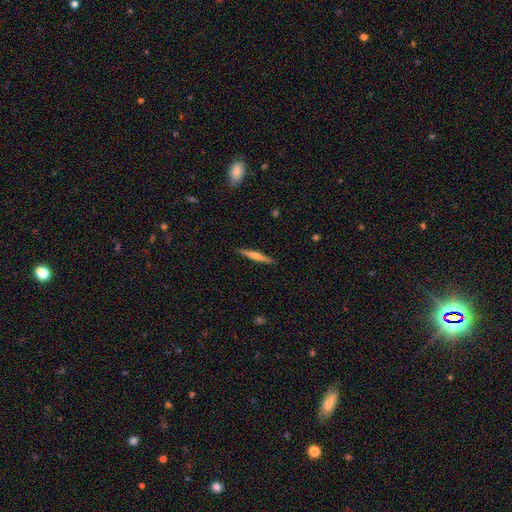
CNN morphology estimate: smooth_or_featured: featured or disk (p=0.49) [alt: smooth p=0.45]
merging: none (p=0.91) [alt: minor disturbance p=0.07]